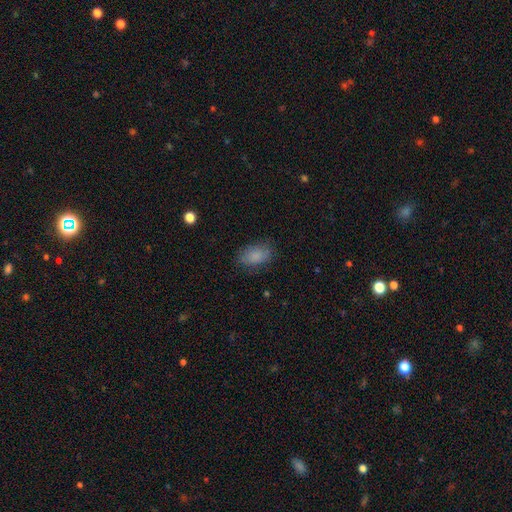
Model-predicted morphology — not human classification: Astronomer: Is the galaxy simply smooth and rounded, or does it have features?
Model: smooth — 84%.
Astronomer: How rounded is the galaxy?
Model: in between — 89%.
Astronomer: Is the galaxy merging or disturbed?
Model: none — 78%.